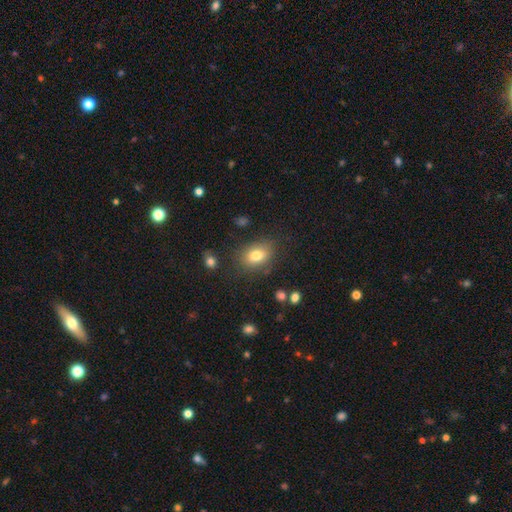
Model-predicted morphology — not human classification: smooth_or_featured: smooth (p=0.79) [alt: featured or disk p=0.11]
how_rounded: in between (p=0.76) [alt: round p=0.23]
merging: none (p=0.77) [alt: minor disturbance p=0.15]